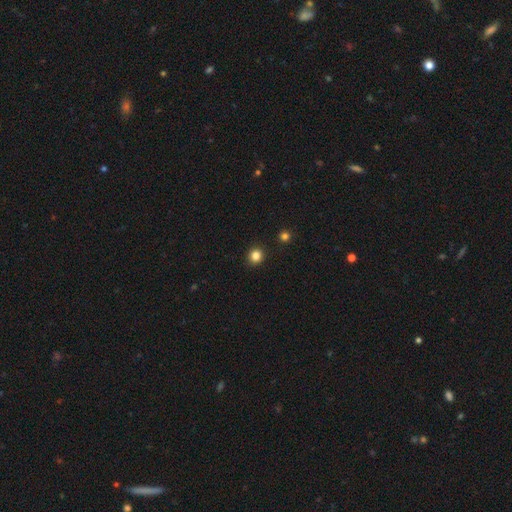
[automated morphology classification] Smooth or featured? smooth (84%)
How rounded? round (89%)
Merging? none (92%)